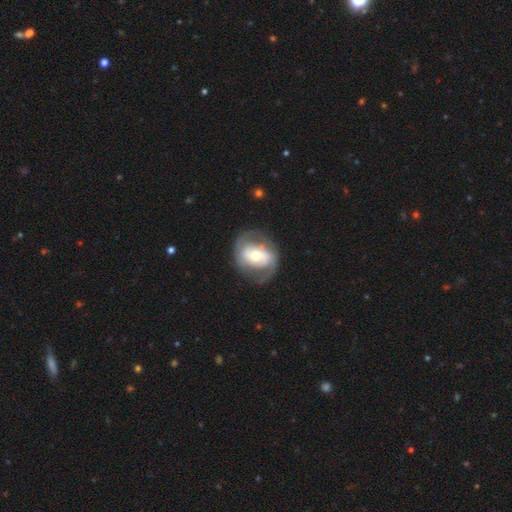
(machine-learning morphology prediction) Smooth or featured: featured or disk — 73% (smooth — 22%)
Edge-on disk: no — 97% (yes — 3%)
Bar: no — 43% (weak — 31%)
Spiral arms: yes — 78% (no — 22%)
Spiral winding: medium — 44% (tight — 33%)
Spiral arm count: 2 — 83% (can't tell — 10%)
Bulge size: moderate — 58% (small — 30%)
Merging: none — 73% (minor disturbance — 15%)